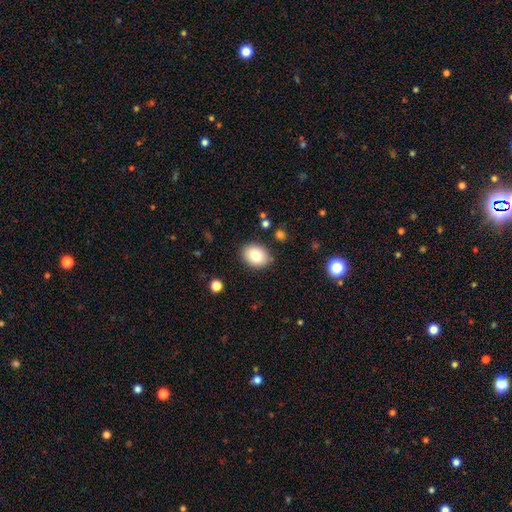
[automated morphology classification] A smooth galaxy with no disk features (82%) that is in between round and cigar-shaped (69%).

Vote fractions:
- Smooth or featured? smooth: 82% / featured or disk: 10% / star or artifact: 8%
- How rounded? in between: 69% / round: 30% / cigar-shaped: 1%
- Merging? none: 87% / minor disturbance: 9% / major disturbance: 2% / merger: 2%